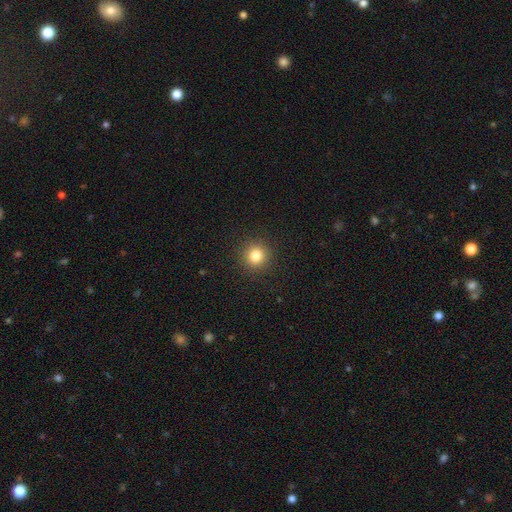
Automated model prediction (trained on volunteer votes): Smooth or featured? smooth (82%)
How rounded? round (94%)
Merging? none (92%)